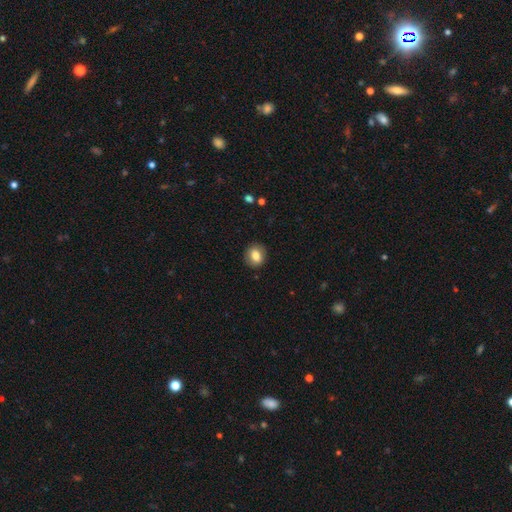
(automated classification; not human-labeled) smooth 80%, featured or disk 11%, star or artifact 9%. Down the decision tree: how rounded — round (58%); merging — none (88%).